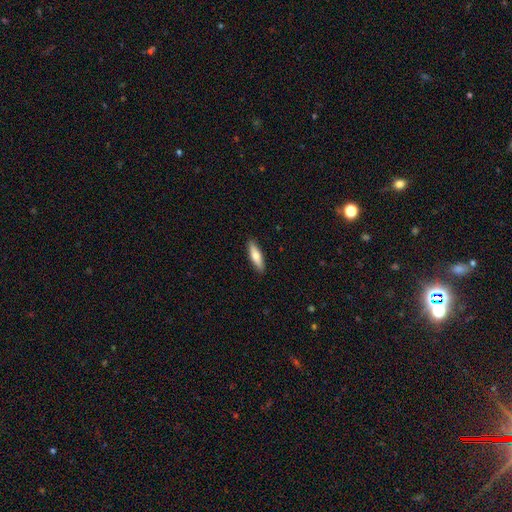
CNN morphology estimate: A smooth galaxy with no disk features (66%) that is cigar-shaped (66%).

Vote fractions:
- Smooth or featured? smooth: 66% / featured or disk: 28% / star or artifact: 5%
- How rounded? cigar-shaped: 66% / in between: 32% / round: 2%
- Merging? none: 90% / minor disturbance: 7% / major disturbance: 2% / merger: 1%